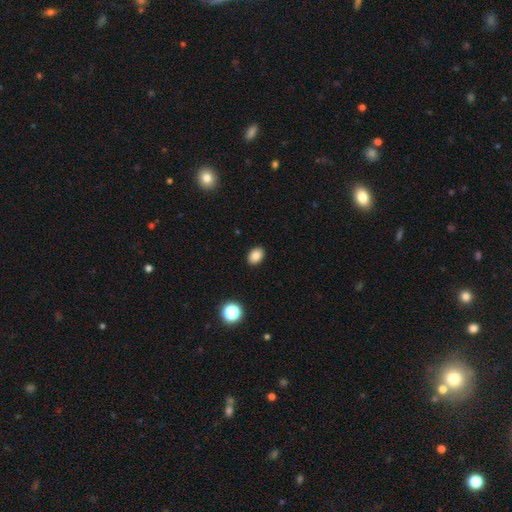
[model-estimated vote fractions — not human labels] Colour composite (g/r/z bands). It shows a smooth galaxy with no disk features (86%) that is in between round and cigar-shaped (73%). Merging: none (90%).